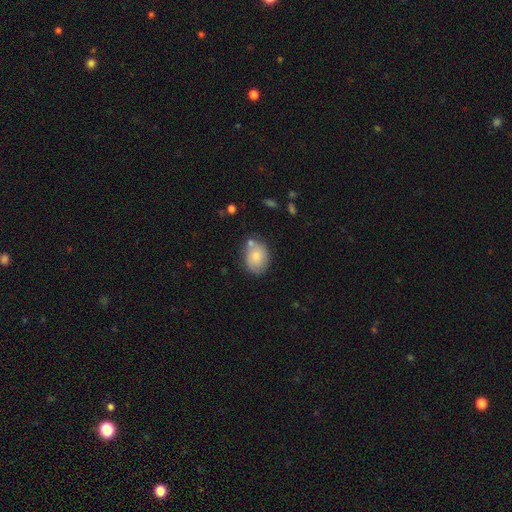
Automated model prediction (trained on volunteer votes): Morphology: type=smooth (79%); roundness=in between (66%); merging=none (66%).